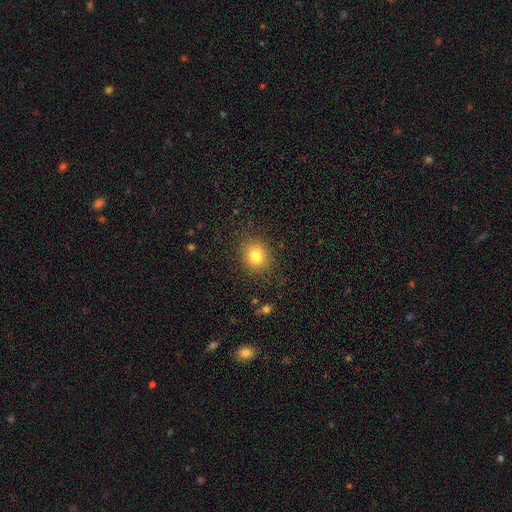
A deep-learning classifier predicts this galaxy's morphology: The model was most divided on "how rounded": round: 78%, in between: 21%, cigar-shaped: 1%. More confident: merging — none (87%); smooth or featured — smooth (81%).